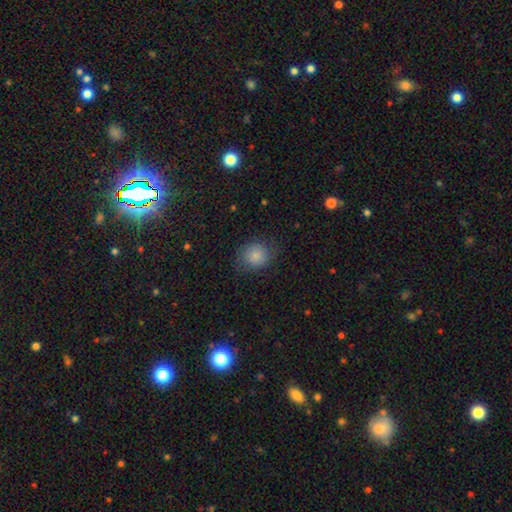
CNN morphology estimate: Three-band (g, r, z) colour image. It shows a smooth galaxy with no disk features (81%) that is round (78%). Merging: none (71%).